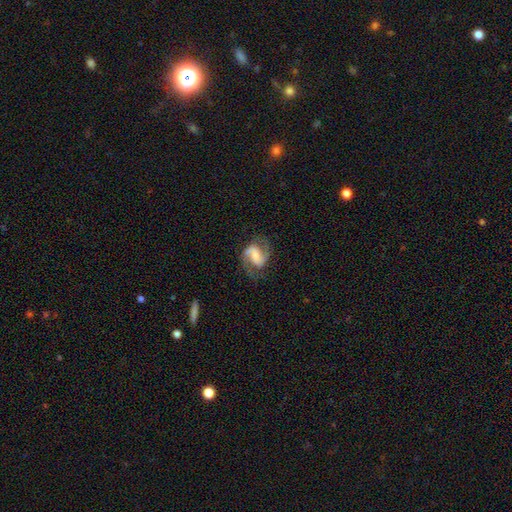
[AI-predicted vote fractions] Q: Smooth or featured?
A: featured or disk (84%); runner-up: smooth (10%)
Q: Edge-on disk?
A: no (98%); runner-up: yes (2%)
Q: Bar?
A: weak (45%); runner-up: no (30%)
Q: Spiral arms?
A: yes (96%); runner-up: no (4%)
Q: Spiral winding?
A: medium (55%); runner-up: loose (28%)
Q: Spiral arm count?
A: 2 (91%); runner-up: can't tell (3%)
Q: Bulge size?
A: small (41%); runner-up: moderate (39%)
Q: Merging?
A: none (74%); runner-up: minor disturbance (16%)